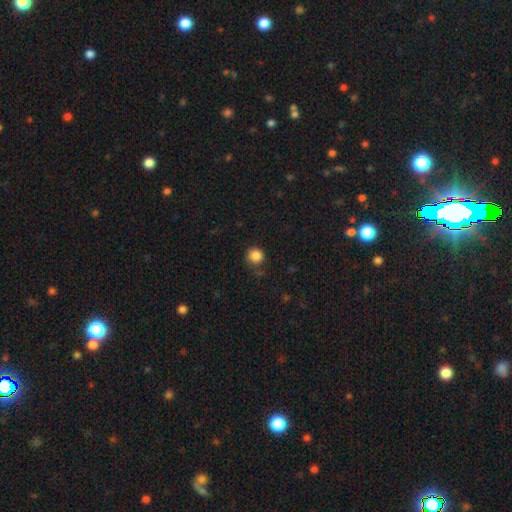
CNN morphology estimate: smooth 86%, star or artifact 11%, featured or disk 3%. Down the decision tree: how rounded — round (92%); merging — none (78%).